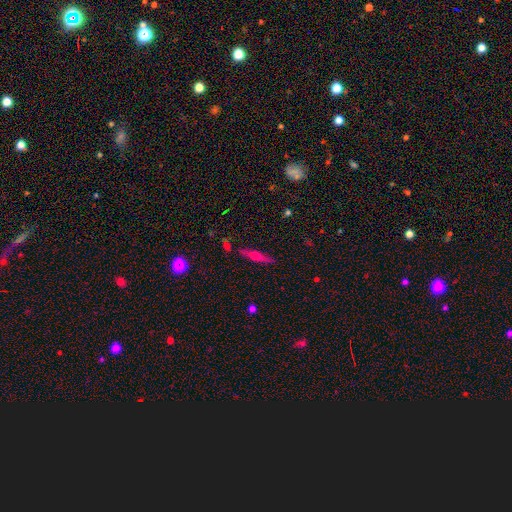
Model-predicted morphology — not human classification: Smooth or featured? Predicted: featured or disk (p=0.62). Edge-on disk? Predicted: yes (p=0.95). Edge-on bulge? Predicted: rounded (p=0.91). Merging? Predicted: none (p=0.86).